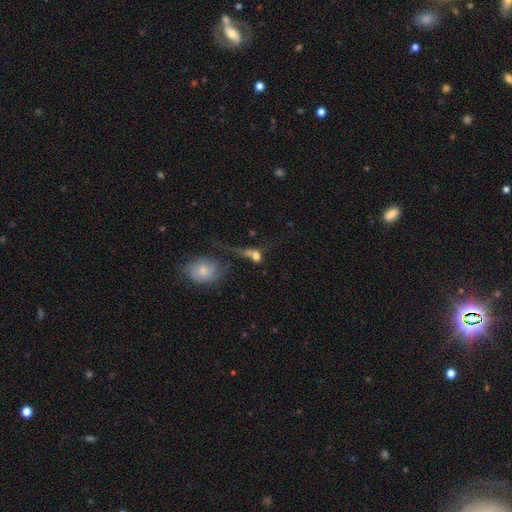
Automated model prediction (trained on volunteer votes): A smooth galaxy with no disk features (57%) that is round (50%). Merging: merger (40%).